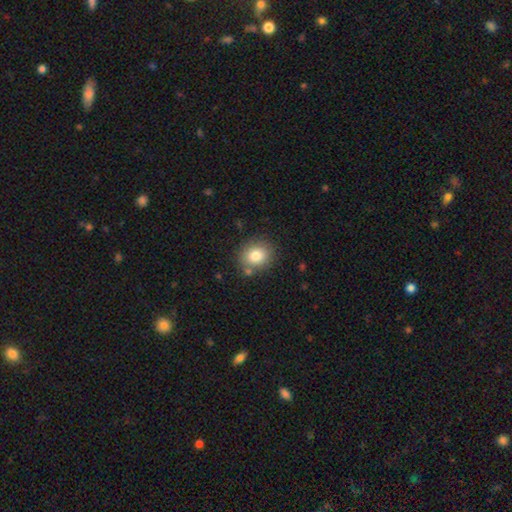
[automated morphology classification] smooth_or_featured: smooth (p=0.80) [alt: star or artifact p=0.10]
how_rounded: round (p=0.75) [alt: in between p=0.24]
merging: none (p=0.81) [alt: minor disturbance p=0.10]